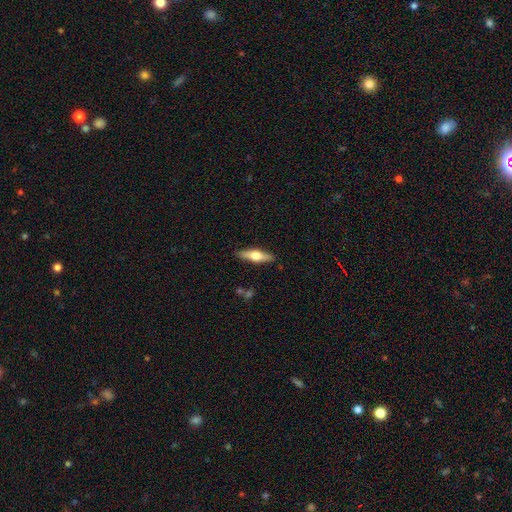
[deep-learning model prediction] smooth_or_featured: featured or disk (p=0.50) [alt: smooth p=0.44]
disk_edge_on: yes (p=0.93) [alt: no p=0.07]
merging: none (p=0.88) [alt: minor disturbance p=0.09]